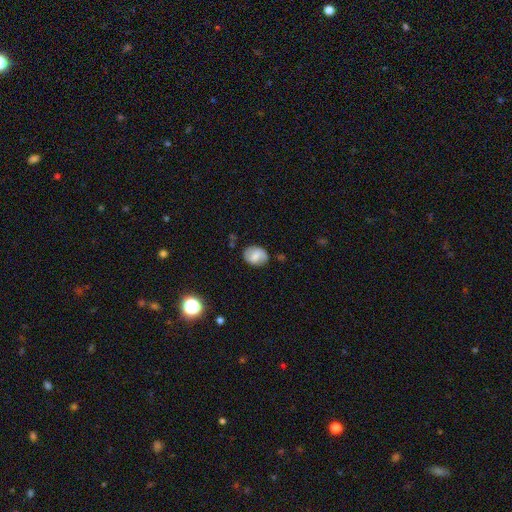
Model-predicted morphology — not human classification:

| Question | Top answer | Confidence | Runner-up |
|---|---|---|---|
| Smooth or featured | smooth | 59% | featured or disk (32%) |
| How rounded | in between | 51% | round (48%) |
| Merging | none | 75% | minor disturbance (19%) |